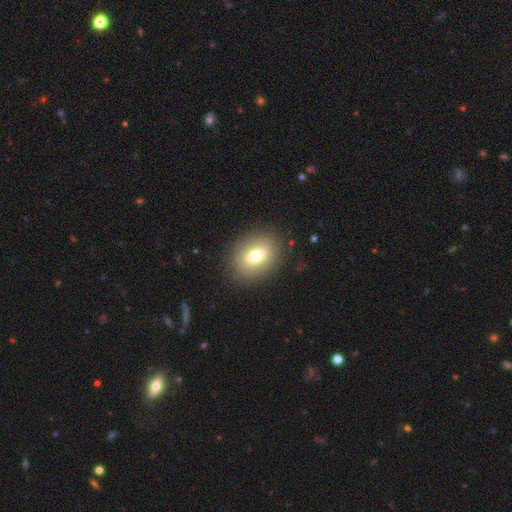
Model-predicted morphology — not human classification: type=smooth (72%); roundness=in between (65%); merging=none (85%).